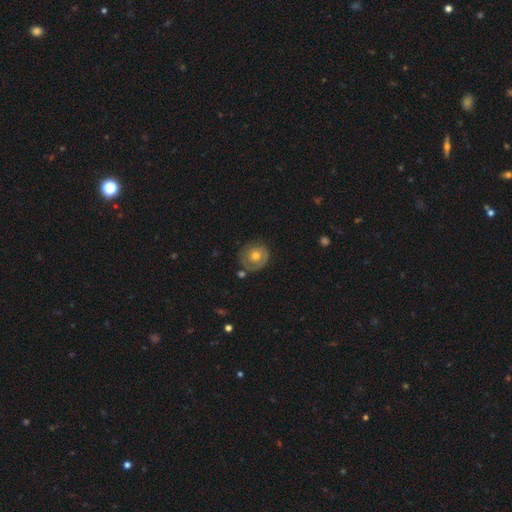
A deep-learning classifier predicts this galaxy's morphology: This is possibly a smooth galaxy (48%). Merging: likely none (71%).